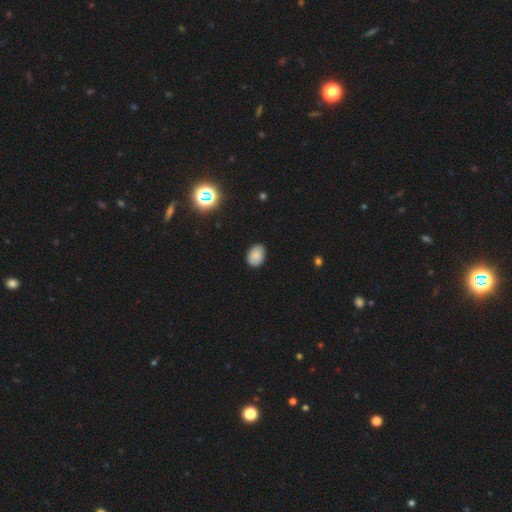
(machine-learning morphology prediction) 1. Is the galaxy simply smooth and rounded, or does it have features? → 83% smooth, 10% star or artifact, 6% featured or disk.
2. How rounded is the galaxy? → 79% in between, 20% round, 1% cigar-shaped.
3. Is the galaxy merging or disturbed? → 84% none, 13% minor disturbance, 2% major disturbance, 1% merger.